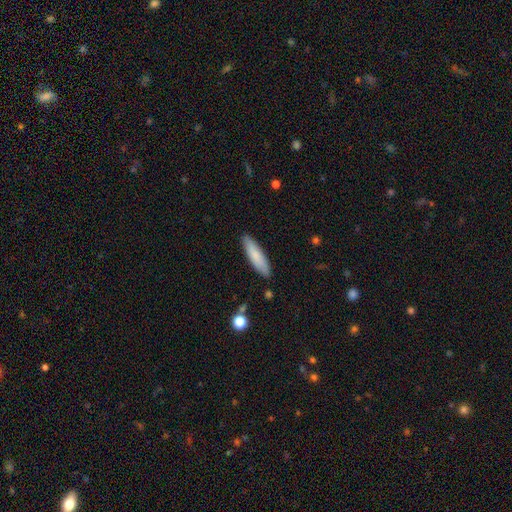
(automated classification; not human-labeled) Q: Smooth or featured?
A: smooth (80%); runner-up: featured or disk (14%)
Q: How rounded?
A: cigar-shaped (71%); runner-up: in between (27%)
Q: Merging?
A: none (87%); runner-up: minor disturbance (9%)